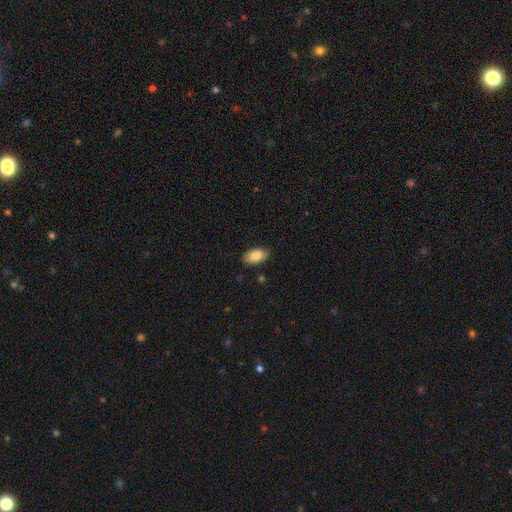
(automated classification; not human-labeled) A smooth galaxy with no disk features (85%) that is in between round and cigar-shaped (94%). Merging: none (85%).